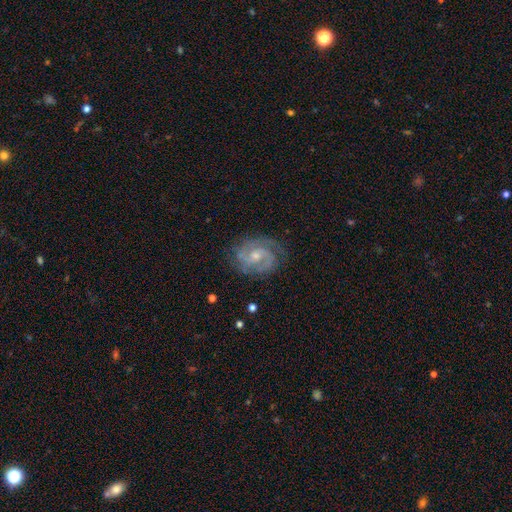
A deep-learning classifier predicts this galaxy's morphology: A featured or disk galaxy (88%) with no bar (48%), 2 (66%) tight (53%) spiral arms (97%) and a small central bulge (52%). Merging: none (78%).